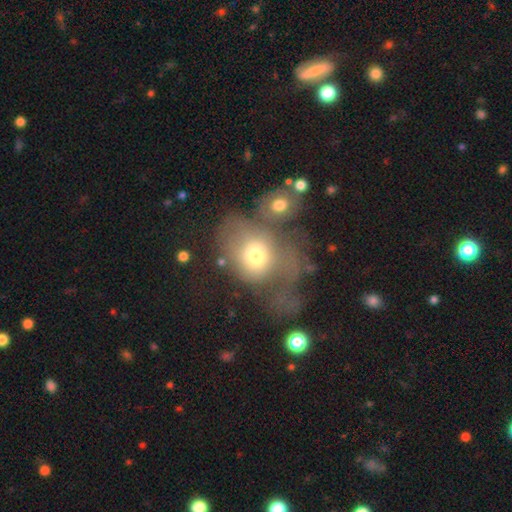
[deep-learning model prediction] smooth-or-featured: smooth: 60% | featured or disk: 28% | star or artifact: 12%
  how-rounded: in between: 50% | round: 49% | cigar-shaped: 1%
  merging: major disturbance: 36% | merger: 33% | none: 17% | minor disturbance: 14%